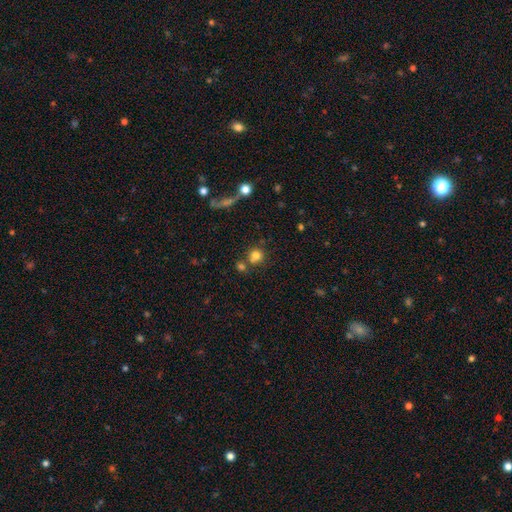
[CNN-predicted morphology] A smooth galaxy with no disk features (78%) that is round (88%). Merging: none (59%).